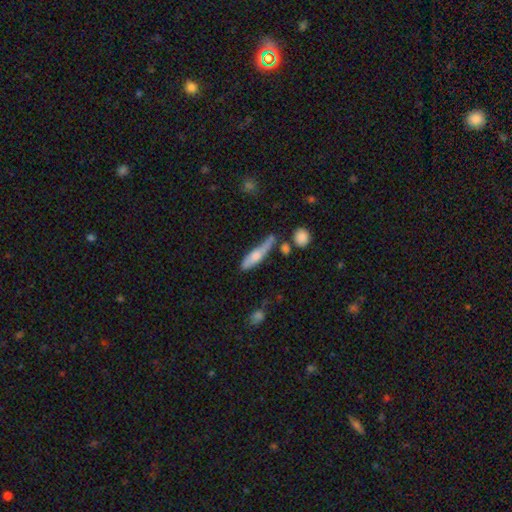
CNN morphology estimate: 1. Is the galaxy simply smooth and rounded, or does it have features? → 55% smooth, 38% featured or disk, 7% star or artifact.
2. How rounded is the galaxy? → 76% cigar-shaped, 21% in between, 3% round.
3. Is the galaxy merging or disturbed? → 57% none, 25% minor disturbance, 10% merger, 8% major disturbance.